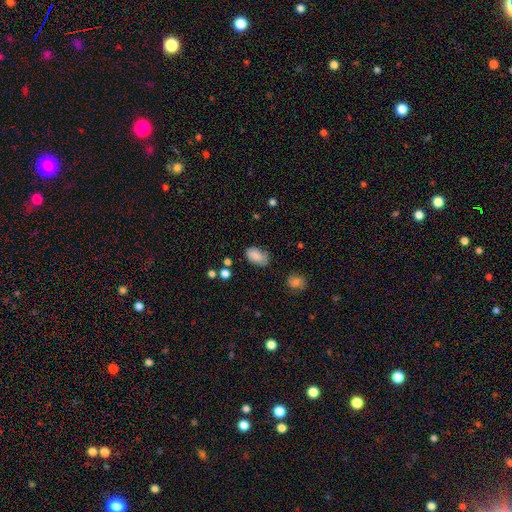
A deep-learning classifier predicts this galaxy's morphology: Overall: smooth (84%). How rounded: in between (92%). Merging: none (67%).